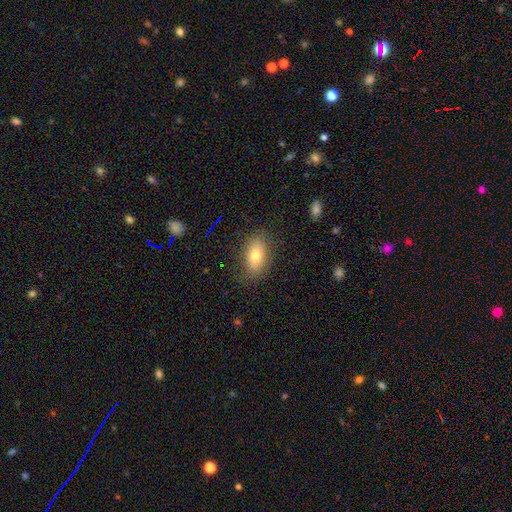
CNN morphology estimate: Smooth or featured: smooth — 74% (featured or disk — 17%)
How rounded: in between — 88% (round — 8%)
Merging: none — 83% (minor disturbance — 12%)